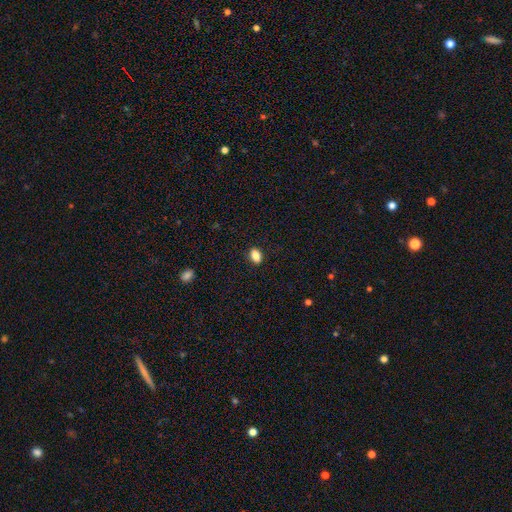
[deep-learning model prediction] Smooth or featured?
  - smooth: 85% *
  - star or artifact: 9%
  - featured or disk: 6%
How rounded?
  - in between: 84% *
  - round: 13%
  - cigar-shaped: 3%
Merging?
  - none: 89% *
  - minor disturbance: 8%
  - major disturbance: 2%
  - merger: 1%